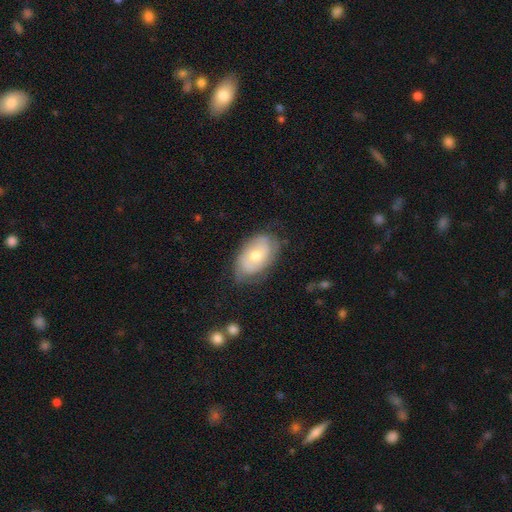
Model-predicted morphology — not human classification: Overall: featured or disk (47%, tied with smooth). Merging: none (67%).